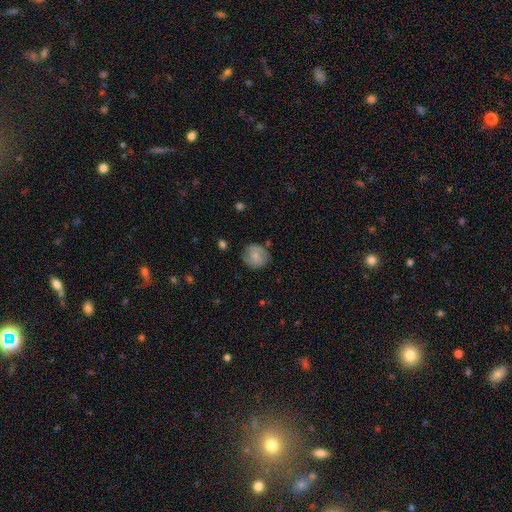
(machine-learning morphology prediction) This appears to be a smooth galaxy with no disk features (60%) that is round (77%). Merging: none (72%).